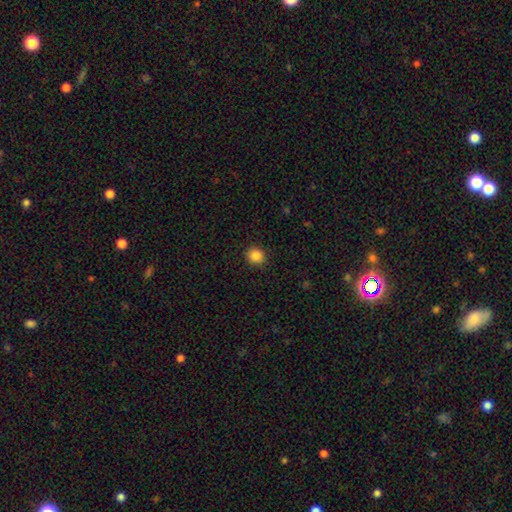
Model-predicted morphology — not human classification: Overall: smooth (86%). How rounded: round (87%). Merging: none (91%).